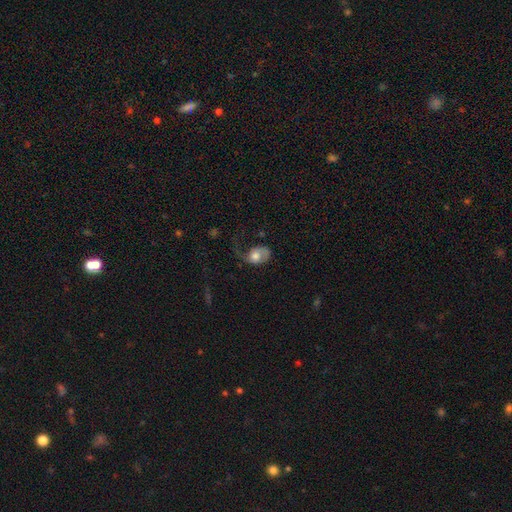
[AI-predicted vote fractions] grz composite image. It shows a featured or disk galaxy (47%). Merging: major disturbance (47%).